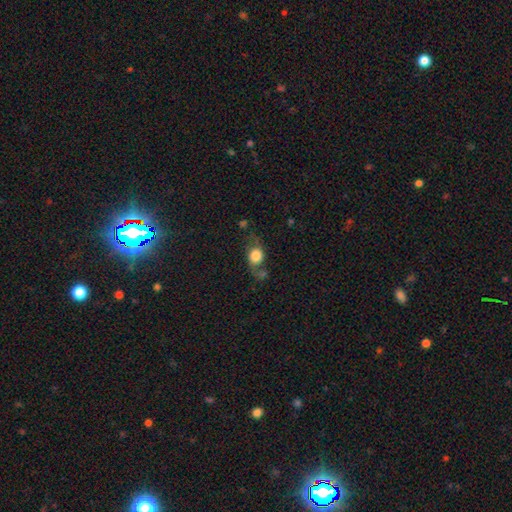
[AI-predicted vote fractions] Smooth or featured? Predicted: smooth (p=0.64). How rounded? Predicted: round (p=0.60). Merging? Predicted: none (p=0.50).